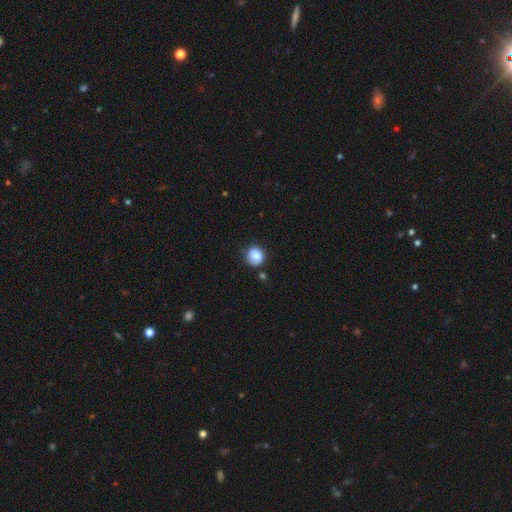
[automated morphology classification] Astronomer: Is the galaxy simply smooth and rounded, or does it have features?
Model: smooth — 81%.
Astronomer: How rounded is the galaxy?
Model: round — 86%.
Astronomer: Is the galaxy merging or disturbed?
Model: none — 69%.